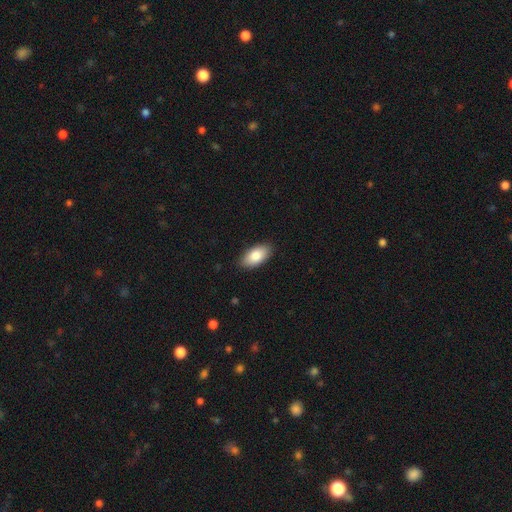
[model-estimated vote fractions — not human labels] Overall: smooth (83%). How rounded: in between (93%). Merging: none (88%).